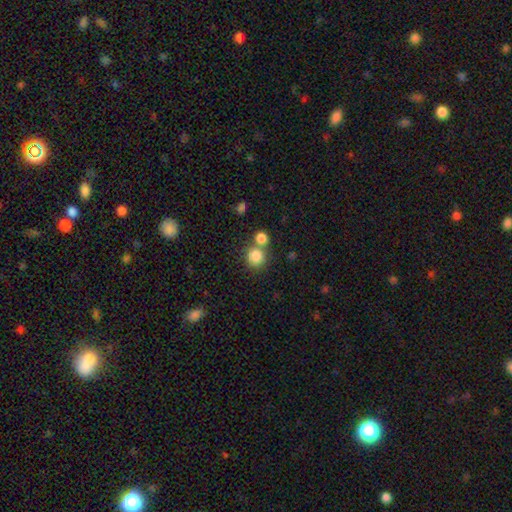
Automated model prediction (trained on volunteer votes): The model was most divided on "merging": none: 60%, merger: 29%, minor disturbance: 8%, major disturbance: 3%. More confident: how rounded — round (90%); smooth or featured — smooth (83%).